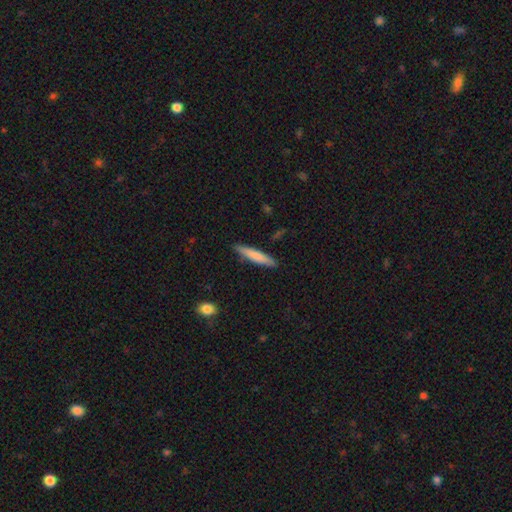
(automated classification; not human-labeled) smooth_or_featured: smooth (p=0.76) [alt: featured or disk p=0.18]
how_rounded: cigar-shaped (p=0.90) [alt: in between p=0.09]
merging: none (p=0.88) [alt: minor disturbance p=0.09]